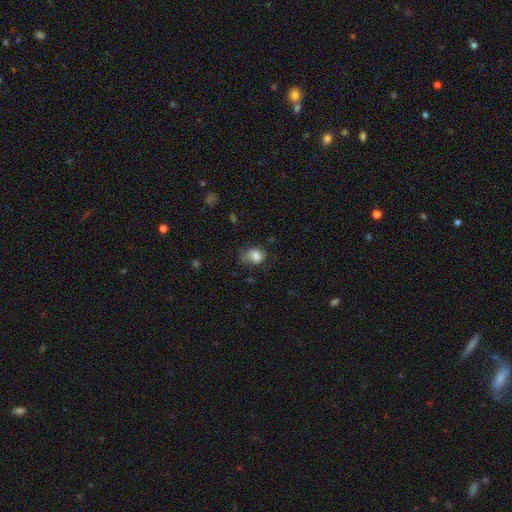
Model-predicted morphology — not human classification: This is likely a smooth galaxy (78%). How rounded: possibly in between (58%). Merging: marginally none (41%).